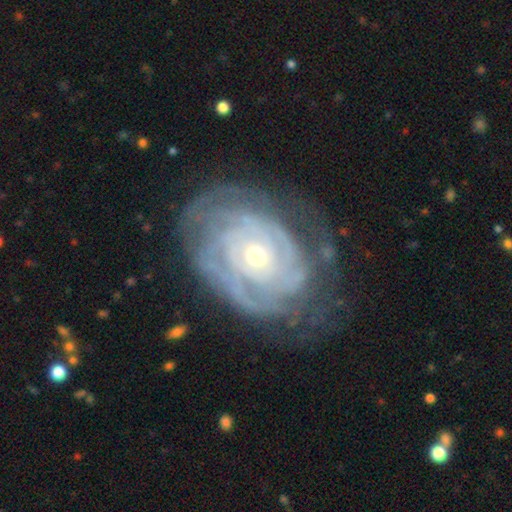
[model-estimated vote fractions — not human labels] A featured or disk galaxy (87%) with no bar (79%), tight (81%) spiral arms (94%) and a small central bulge (54%). Merging: none (68%).